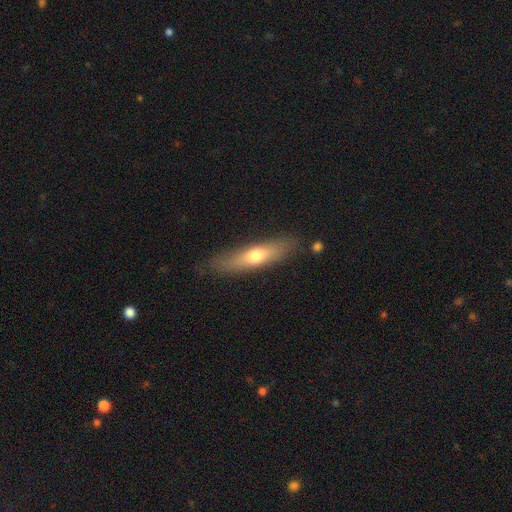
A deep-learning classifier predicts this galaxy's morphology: Overall: smooth (59%; featured or disk 35%). How rounded: cigar-shaped (69%). Merging: none (81%).